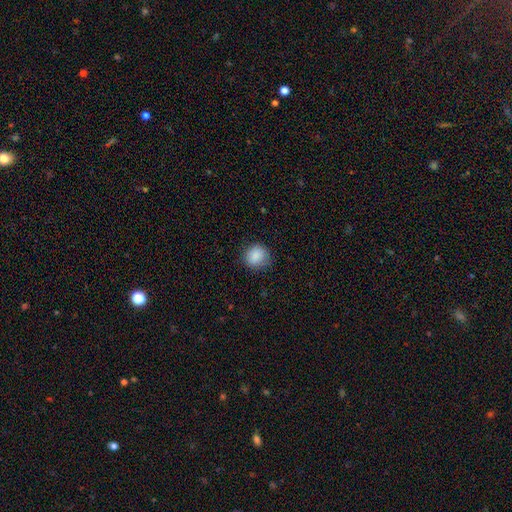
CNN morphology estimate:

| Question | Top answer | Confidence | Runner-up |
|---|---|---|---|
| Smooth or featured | smooth | 88% | star or artifact (8%) |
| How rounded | round | 77% | in between (22%) |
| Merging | none | 82% | minor disturbance (14%) |